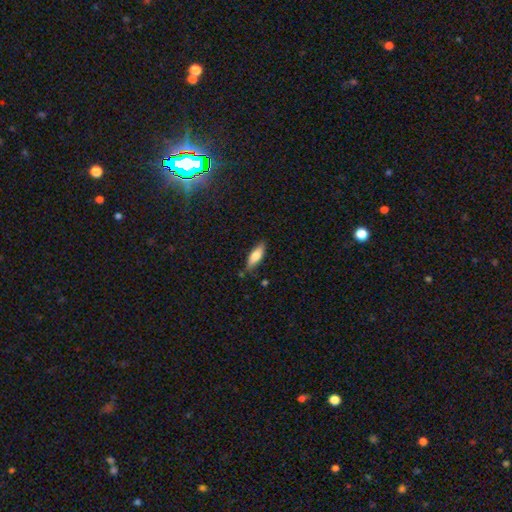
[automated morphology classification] Q: Smooth or featured?
A: smooth (76%); runner-up: featured or disk (18%)
Q: How rounded?
A: in between (63%); runner-up: cigar-shaped (35%)
Q: Merging?
A: none (76%); runner-up: minor disturbance (17%)